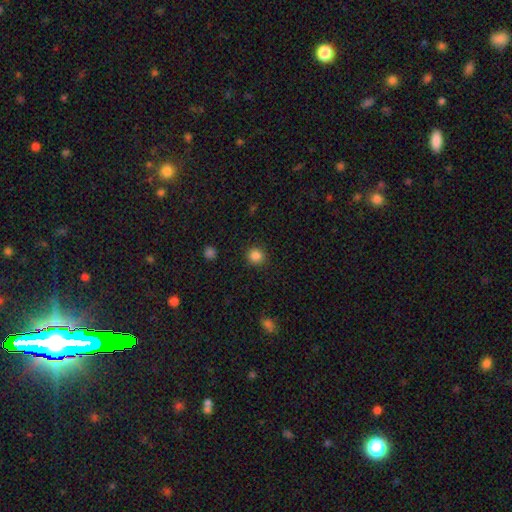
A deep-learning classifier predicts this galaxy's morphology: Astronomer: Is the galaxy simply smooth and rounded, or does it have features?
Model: smooth — 86%.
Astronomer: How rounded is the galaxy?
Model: round — 93%.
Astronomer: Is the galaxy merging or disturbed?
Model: none — 91%.